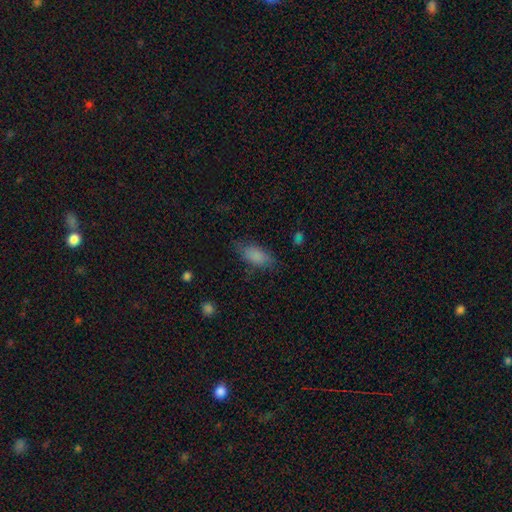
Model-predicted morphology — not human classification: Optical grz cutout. It shows a smooth galaxy with no disk features (83%) that is in between round and cigar-shaped (87%). Merging: none (72%).